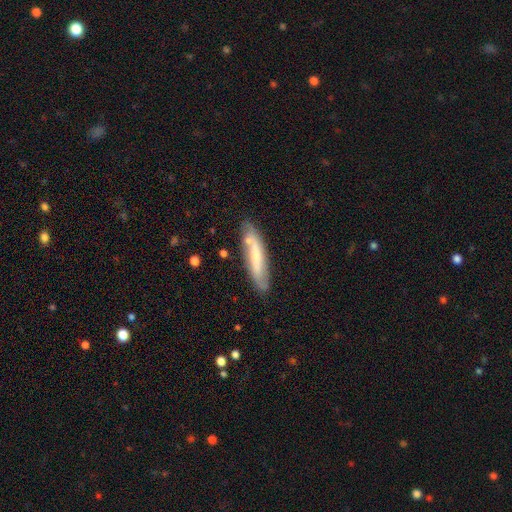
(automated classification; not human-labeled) Overall: smooth (50%; featured or disk 43%). Merging: none (75%).